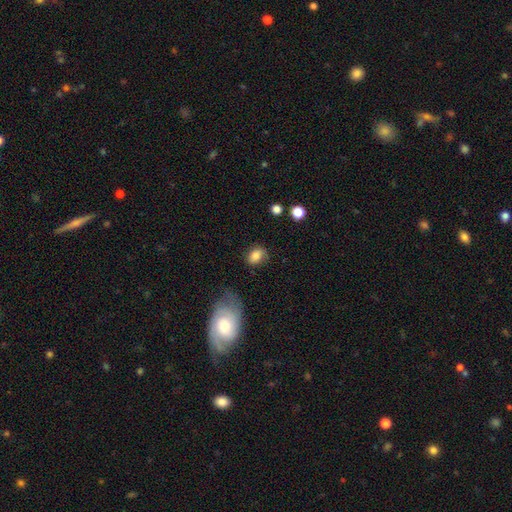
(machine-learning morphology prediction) A smooth galaxy with no disk features (82%) that is in between round and cigar-shaped (73%). Merging: none (71%).